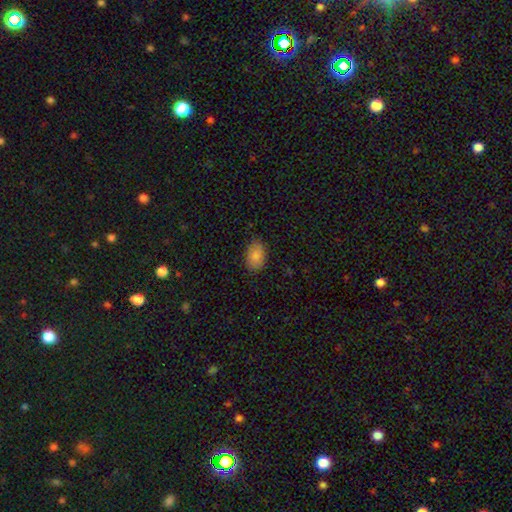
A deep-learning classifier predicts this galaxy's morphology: The model was most divided on "merging": none: 81%, minor disturbance: 15%, major disturbance: 3%, merger: 1%. More confident: smooth or featured — smooth (87%); how rounded — in between (86%).